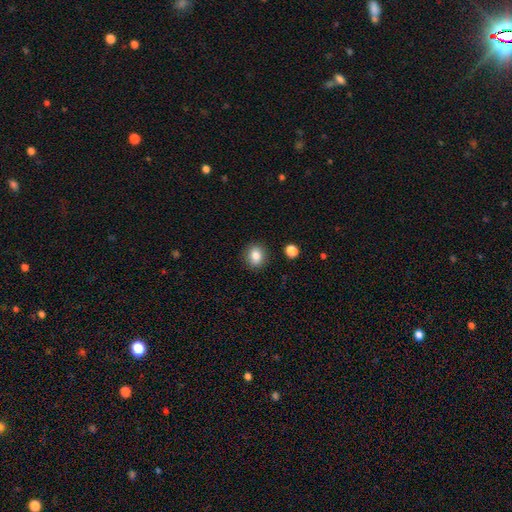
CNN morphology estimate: type=smooth (84%); roundness=round (67%); merging=none (89%).